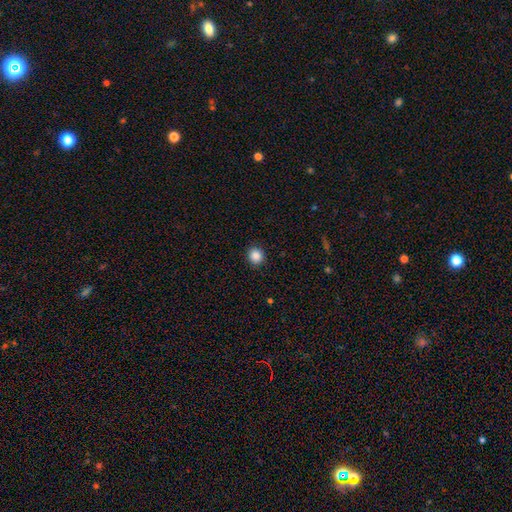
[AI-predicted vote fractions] Smooth or featured?
  - smooth: 87% *
  - star or artifact: 10%
  - featured or disk: 3%
How rounded?
  - round: 83% *
  - in between: 16%
  - cigar-shaped: 1%
Merging?
  - none: 91% *
  - minor disturbance: 6%
  - major disturbance: 2%
  - merger: 1%